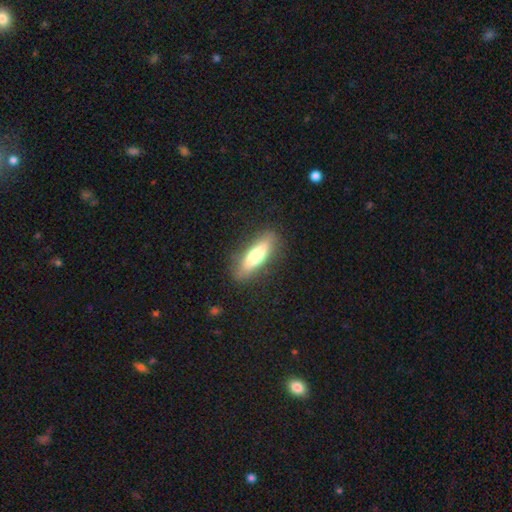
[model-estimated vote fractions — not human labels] This is likely a smooth galaxy (66%). How rounded: possibly cigar-shaped (55%). Merging: clearly none (85%).